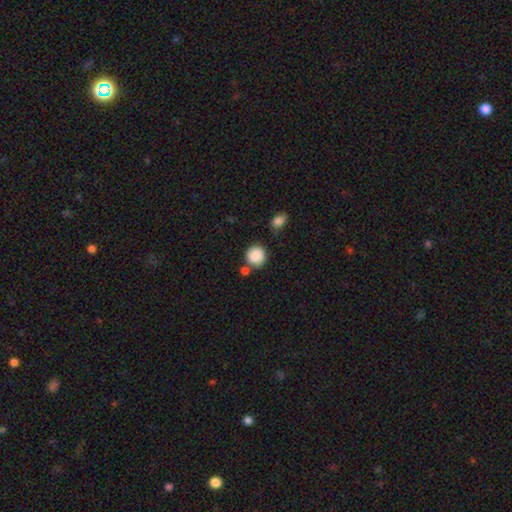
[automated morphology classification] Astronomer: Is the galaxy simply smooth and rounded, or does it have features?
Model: smooth — 88%.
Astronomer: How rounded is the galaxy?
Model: round — 89%.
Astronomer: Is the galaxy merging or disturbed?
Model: none — 71%.